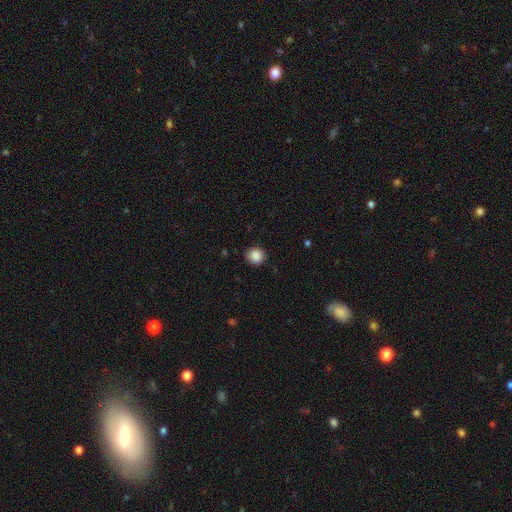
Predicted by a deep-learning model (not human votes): Smooth or featured? smooth (88%)
How rounded? round (91%)
Merging? none (88%)